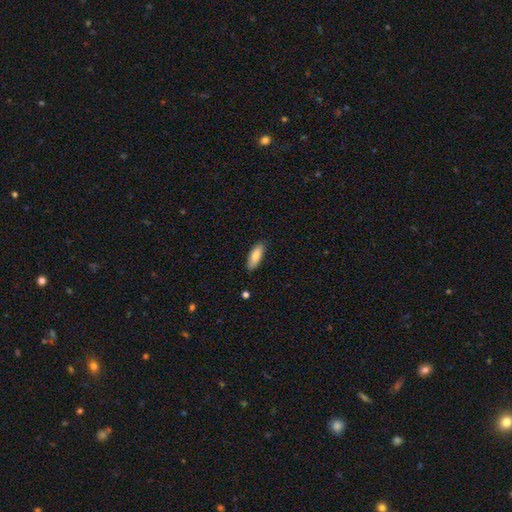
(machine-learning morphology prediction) This is clearly a smooth galaxy (81%). How rounded: likely in between (66%). Merging: clearly none (86%).